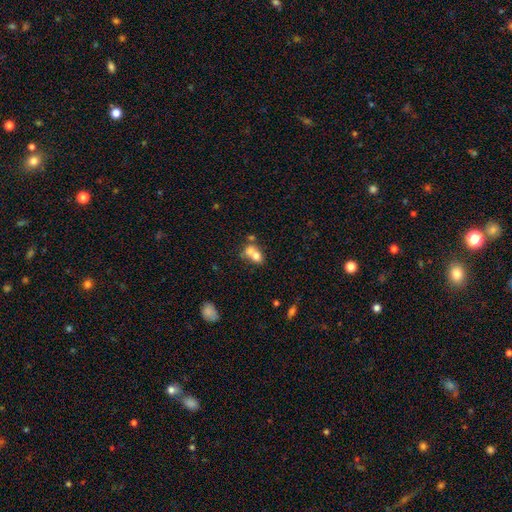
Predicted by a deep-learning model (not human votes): Smooth or featured? smooth (68%)
How rounded? in between (51%)
Merging? merger (66%)